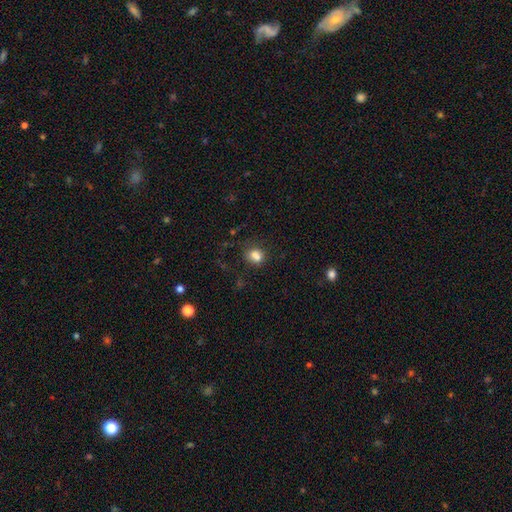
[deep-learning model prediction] A smooth galaxy with no disk features (79%) that is round (55%). Merging: none (57%).